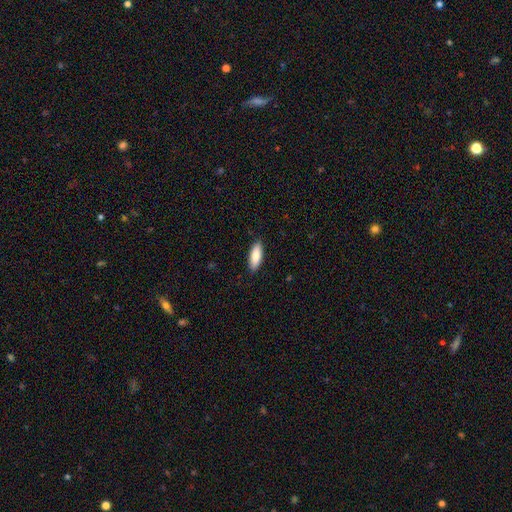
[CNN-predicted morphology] Overall: smooth (86%). How rounded: in between (73%). Merging: none (89%).